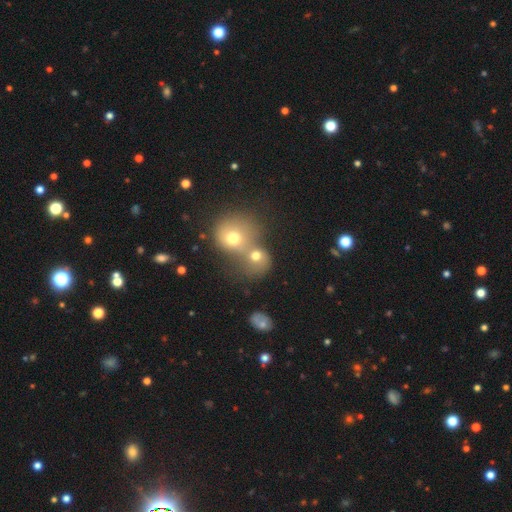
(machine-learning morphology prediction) Smooth or featured? smooth (66%)
How rounded? round (75%)
Merging? merger (67%)